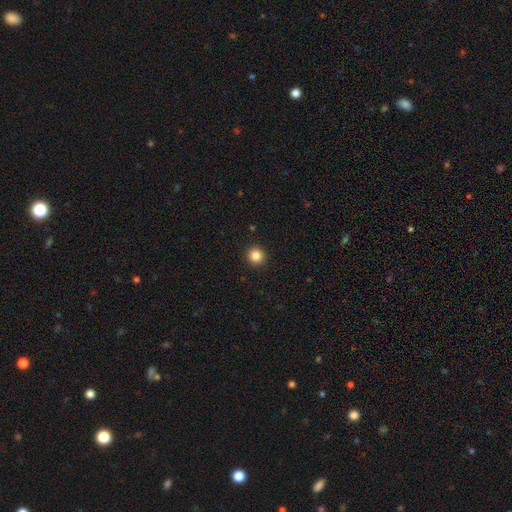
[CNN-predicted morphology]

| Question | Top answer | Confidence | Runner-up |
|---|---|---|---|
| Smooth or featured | smooth | 85% | star or artifact (11%) |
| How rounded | round | 95% | in between (4%) |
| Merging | none | 93% | minor disturbance (4%) |